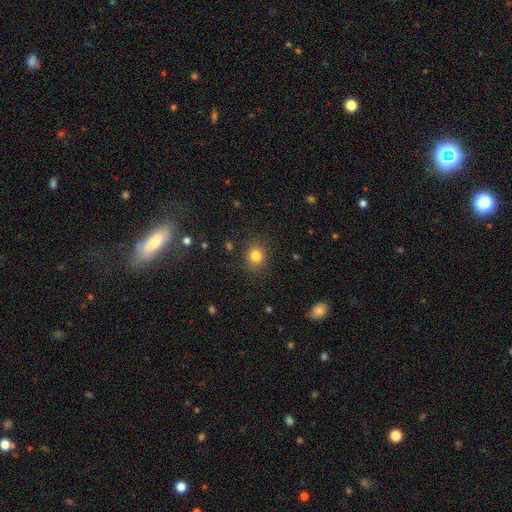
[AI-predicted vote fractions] Morphology: type=smooth (83%); roundness=round (68%); merging=none (86%).